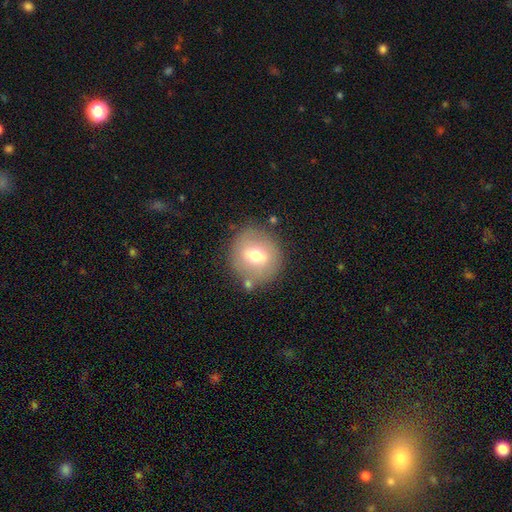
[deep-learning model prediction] Smooth or featured? Predicted: smooth (p=0.62). How rounded? Predicted: round (p=0.90). Merging? Predicted: none (p=0.80).